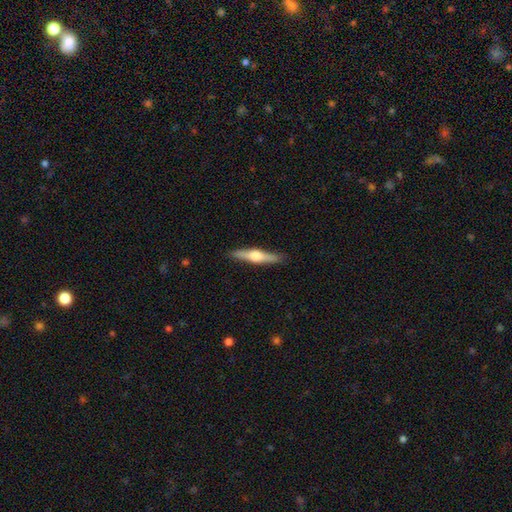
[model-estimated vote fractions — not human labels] Q: Smooth or featured?
A: featured or disk (61%); runner-up: smooth (34%)
Q: Edge-on disk?
A: yes (97%); runner-up: no (3%)
Q: Edge-on bulge?
A: rounded (90%); runner-up: boxy (6%)
Q: Merging?
A: none (89%); runner-up: minor disturbance (8%)